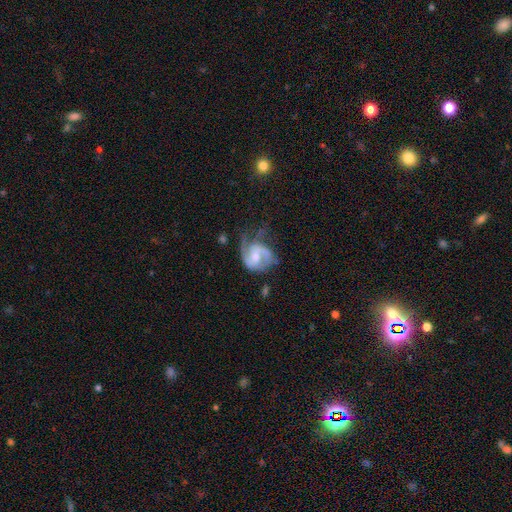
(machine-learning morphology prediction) This appears to be a featured or disk galaxy (78%) with no bar (47%), 2 (67%) medium (47%) spiral arms (93%) and a moderate central bulge (55%). Merging: none (38%).